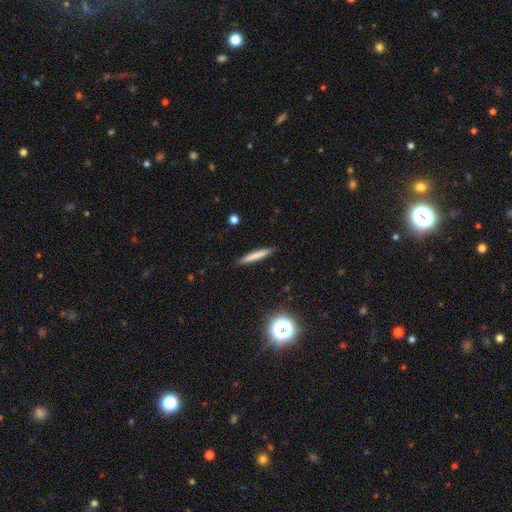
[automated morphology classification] smooth 73%, featured or disk 19%, star or artifact 8%. Down the decision tree: how rounded — cigar-shaped (94%); merging — none (89%).